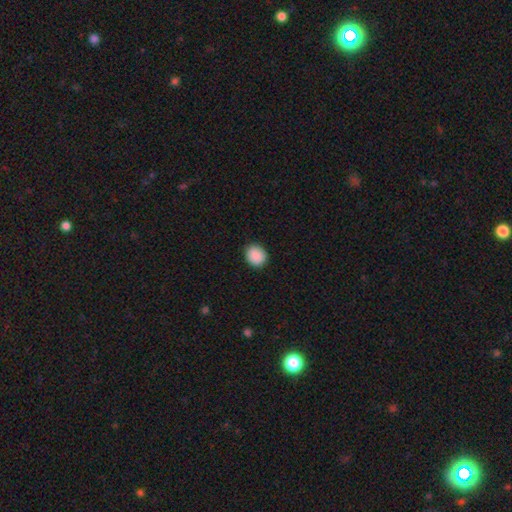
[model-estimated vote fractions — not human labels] A smooth galaxy with no disk features (90%) that is round (72%). Merging: none (90%).